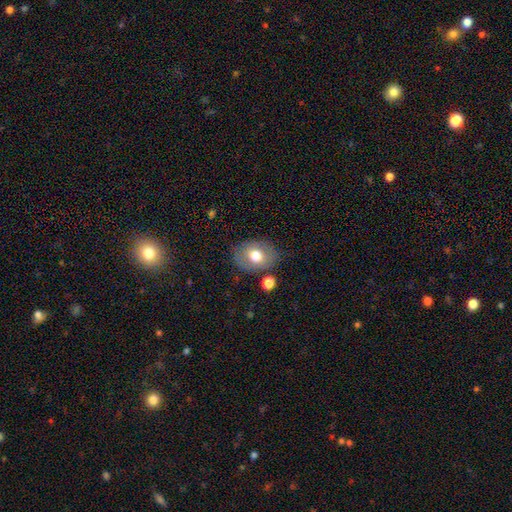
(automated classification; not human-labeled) smooth 69%, featured or disk 23%, star or artifact 8%. Down the decision tree: how rounded — in between (66%); merging — none (78%).